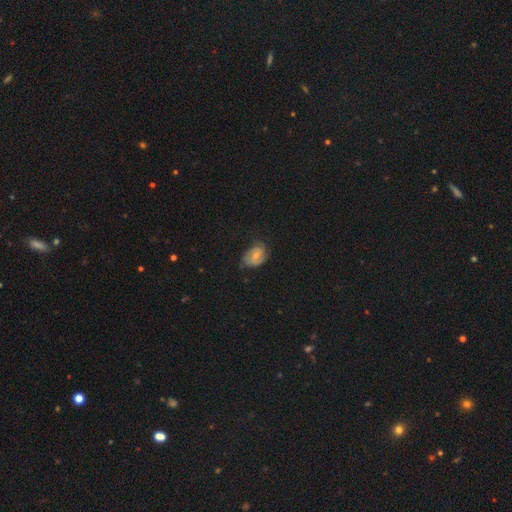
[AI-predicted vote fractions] Q: Smooth or featured?
A: featured or disk (50%); runner-up: smooth (42%)
Q: Merging?
A: none (53%); runner-up: minor disturbance (32%)